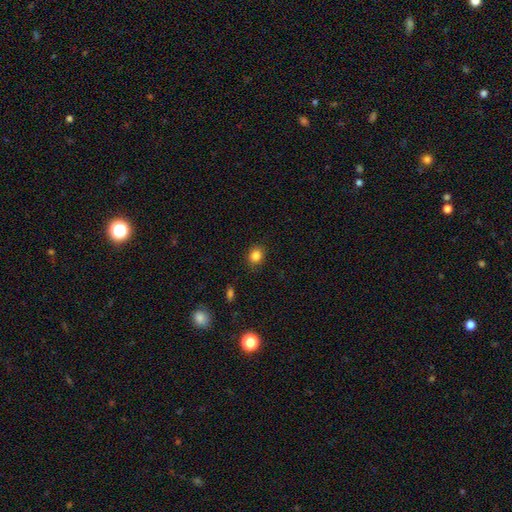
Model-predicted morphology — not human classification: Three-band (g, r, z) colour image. It shows a smooth galaxy with no disk features (84%) that is round (70%). Merging: none (87%).